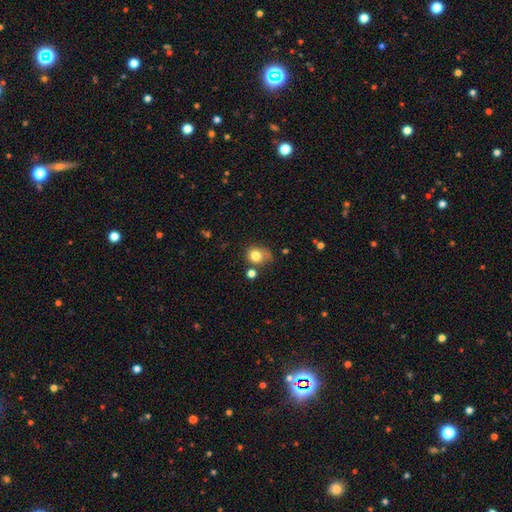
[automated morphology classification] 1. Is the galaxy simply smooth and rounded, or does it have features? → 79% smooth, 11% star or artifact, 10% featured or disk.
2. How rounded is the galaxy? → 63% round, 37% in between, 1% cigar-shaped.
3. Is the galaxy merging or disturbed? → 48% none, 29% minor disturbance, 13% major disturbance, 11% merger.